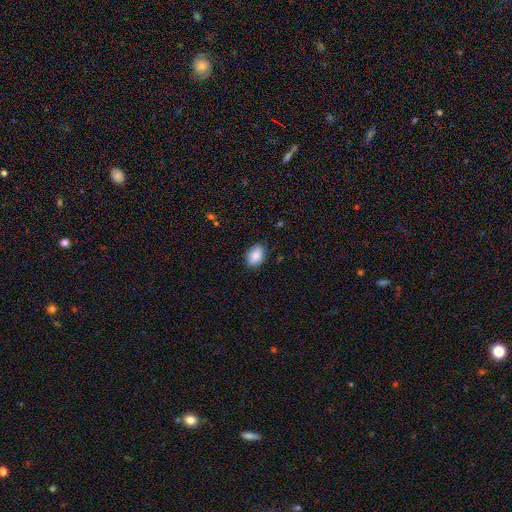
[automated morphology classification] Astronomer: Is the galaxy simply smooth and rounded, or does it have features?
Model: smooth — 87%.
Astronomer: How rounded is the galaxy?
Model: in between — 87%.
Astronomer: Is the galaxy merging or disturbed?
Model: none — 85%.